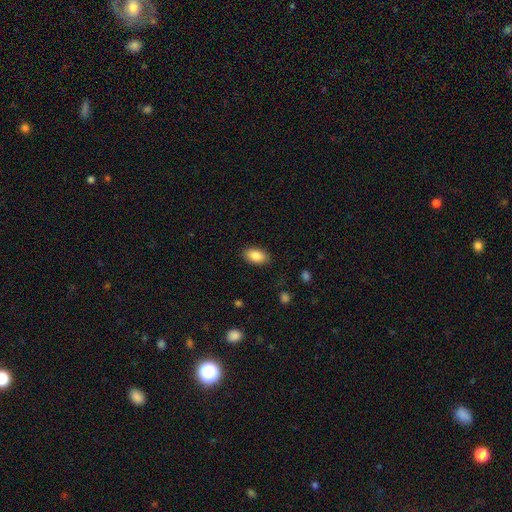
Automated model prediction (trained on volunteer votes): Overall: smooth (86%). How rounded: in between (93%). Merging: none (87%).